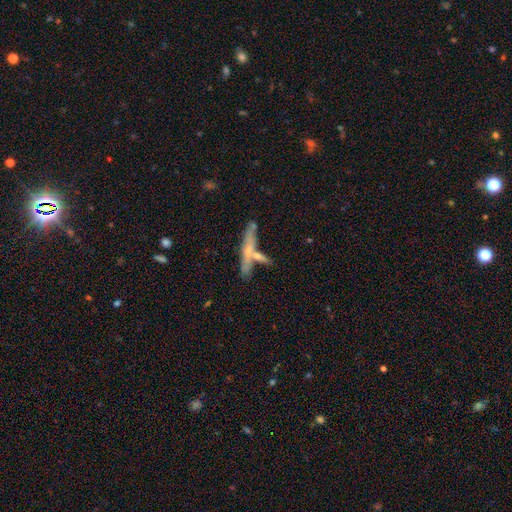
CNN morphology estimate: Q: Smooth or featured?
A: featured or disk (48%); runner-up: smooth (44%)
Q: Merging?
A: none (59%); runner-up: merger (21%)